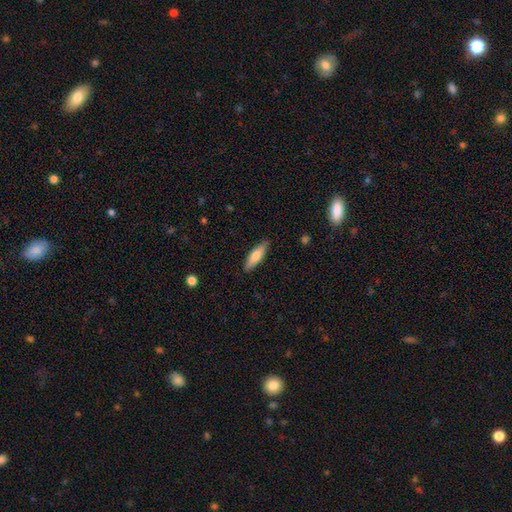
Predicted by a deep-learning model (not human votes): This is likely a smooth galaxy (65%). How rounded: likely cigar-shaped (62%). Merging: clearly none (88%).